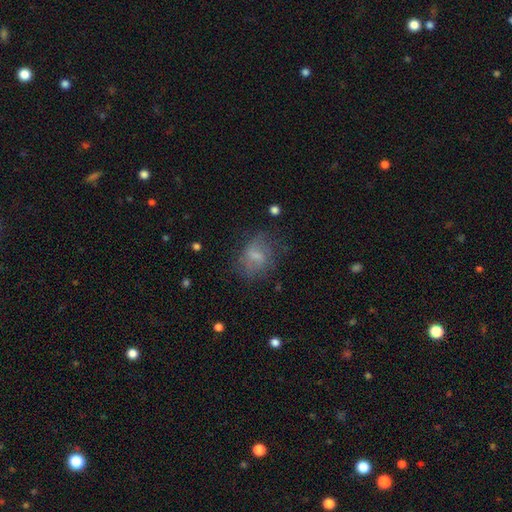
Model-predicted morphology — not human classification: Smooth or featured? smooth (49%)
Merging? none (57%)